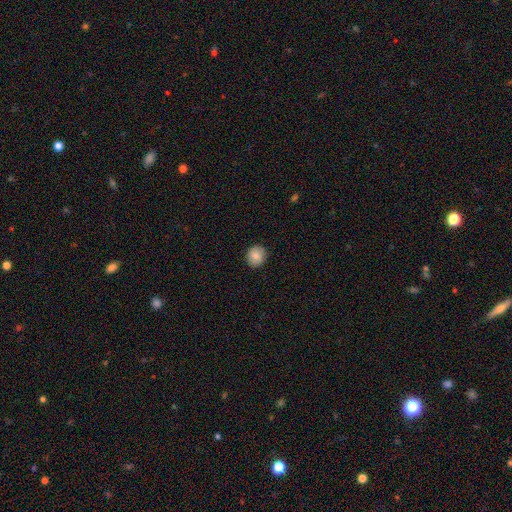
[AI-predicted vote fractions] This appears to be a smooth galaxy with no disk features (83%) that is round (83%). Merging: none (89%).